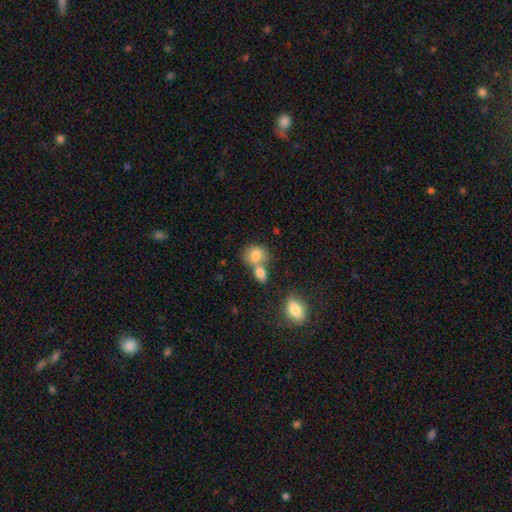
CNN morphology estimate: Overall: smooth (80%). How rounded: round (55%; in between 43%). Merging: merger (52%; none 35%).